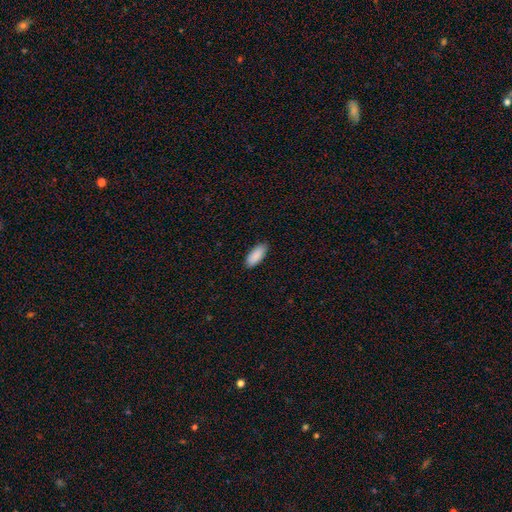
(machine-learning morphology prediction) Q: Smooth or featured?
A: smooth (91%); runner-up: star or artifact (6%)
Q: How rounded?
A: in between (84%); runner-up: cigar-shaped (14%)
Q: Merging?
A: none (88%); runner-up: minor disturbance (9%)